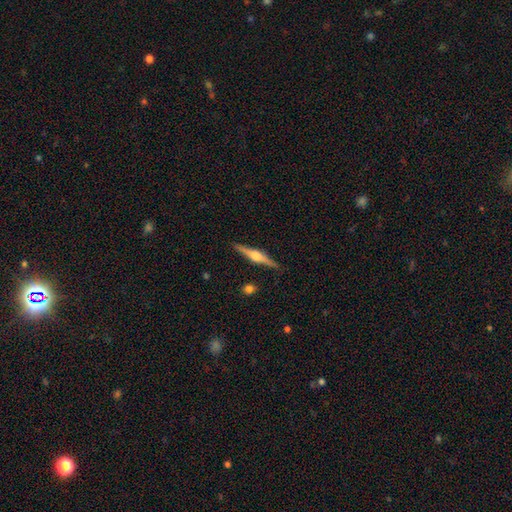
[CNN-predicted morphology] type=featured or disk (78%); edge-on=yes (98%); edge-on bulge=rounded (90%); merging=none (90%).